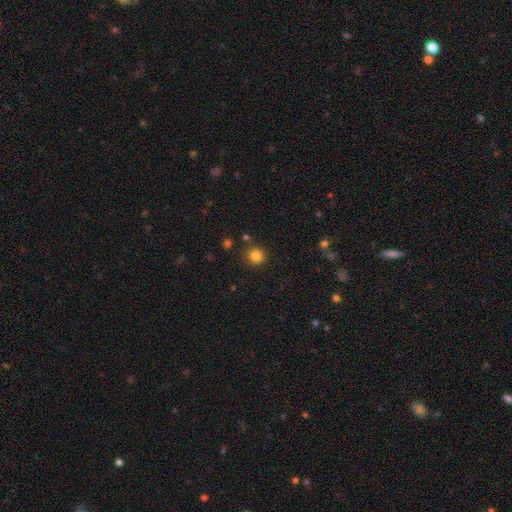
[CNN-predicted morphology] Q: Smooth or featured?
A: smooth (83%); runner-up: star or artifact (13%)
Q: How rounded?
A: round (93%); runner-up: in between (6%)
Q: Merging?
A: none (84%); runner-up: minor disturbance (8%)